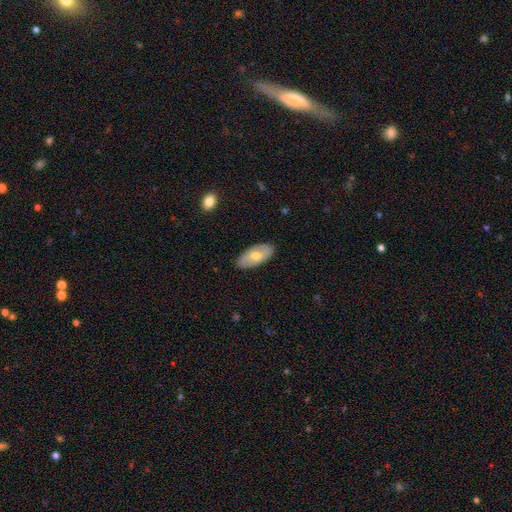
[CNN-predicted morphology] Overall: smooth (49%; featured or disk 45%). Merging: none (85%).